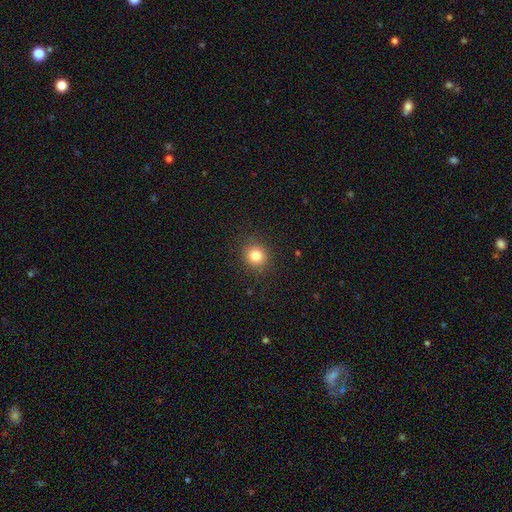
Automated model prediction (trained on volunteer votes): A smooth galaxy with no disk features (82%) that is round (86%).

Vote fractions:
- Smooth or featured? smooth: 82% / star or artifact: 12% / featured or disk: 6%
- How rounded? round: 86% / in between: 13% / cigar-shaped: 1%
- Merging? none: 89% / minor disturbance: 8% / major disturbance: 3% / merger: 1%